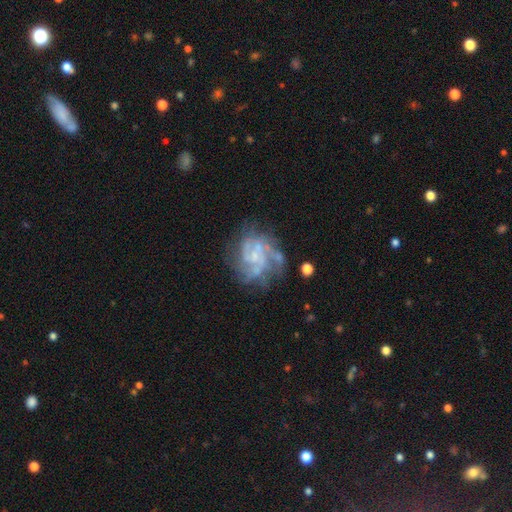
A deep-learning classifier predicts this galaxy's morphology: This appears to be a featured or disk galaxy (82%) with no bar (59%), tight (45%) spiral arms (90%) and a small central bulge (58%). Merging: none (59%).